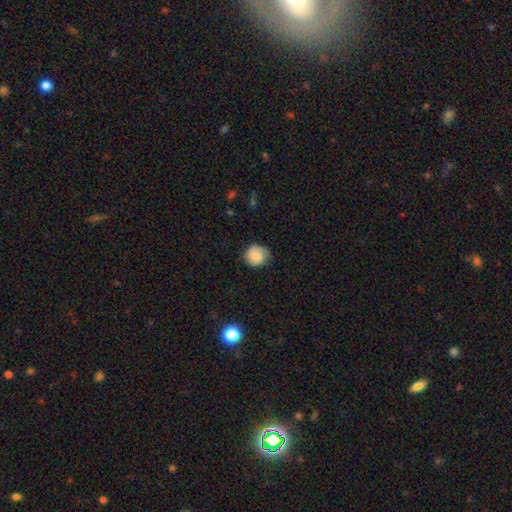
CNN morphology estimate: smooth 76%, featured or disk 16%, star or artifact 8%. Down the decision tree: how rounded — round (85%); merging — none (74%).